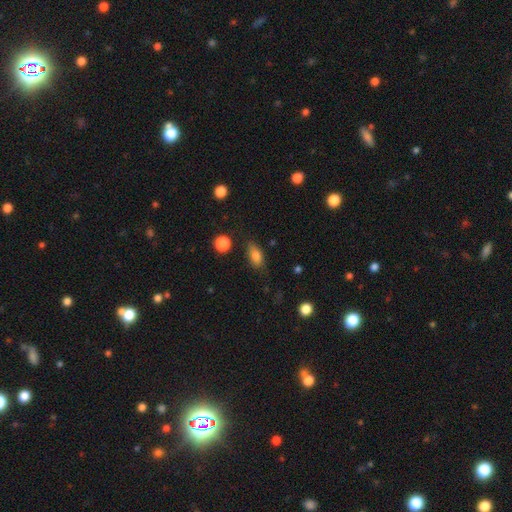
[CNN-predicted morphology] A smooth galaxy with no disk features (82%) that is in between round and cigar-shaped (84%).

Vote fractions:
- Smooth or featured? smooth: 82% / star or artifact: 9% / featured or disk: 9%
- How rounded? in between: 84% / cigar-shaped: 8% / round: 8%
- Merging? none: 77% / minor disturbance: 17% / major disturbance: 4% / merger: 2%